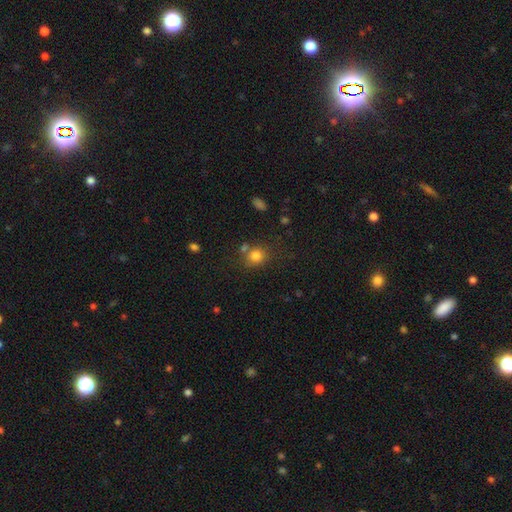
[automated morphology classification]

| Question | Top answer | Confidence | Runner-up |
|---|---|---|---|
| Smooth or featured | smooth | 80% | star or artifact (12%) |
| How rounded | round | 78% | in between (21%) |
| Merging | none | 64% | merger (17%) |